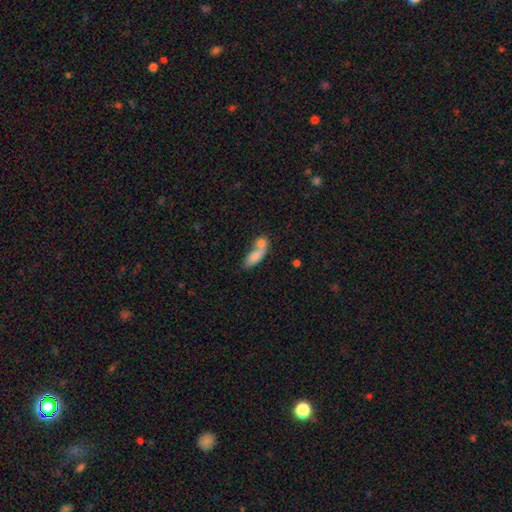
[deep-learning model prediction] smooth 76%, featured or disk 16%, star or artifact 8%. Down the decision tree: how rounded — in between (72%); merging — merger (58%).